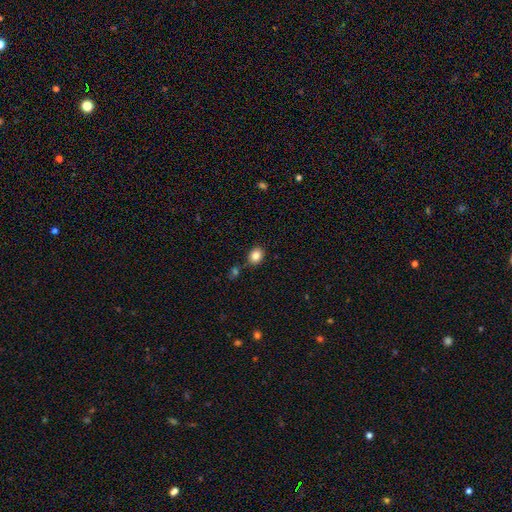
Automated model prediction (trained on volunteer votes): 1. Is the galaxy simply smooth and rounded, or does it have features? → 85% smooth, 10% star or artifact, 6% featured or disk.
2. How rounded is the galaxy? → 54% in between, 45% round, 1% cigar-shaped.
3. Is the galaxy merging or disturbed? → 81% none, 11% minor disturbance, 5% merger, 3% major disturbance.